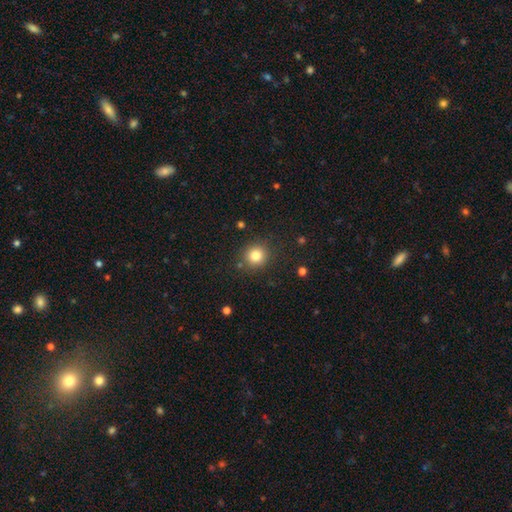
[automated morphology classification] smooth 81%, star or artifact 12%, featured or disk 6%. Down the decision tree: how rounded — round (91%); merging — none (87%).